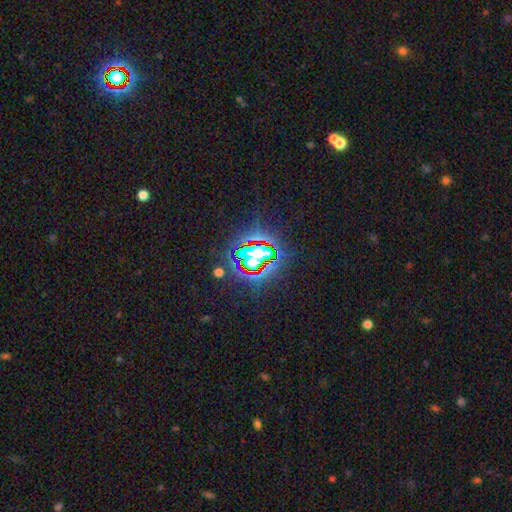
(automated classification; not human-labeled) Morphology: type=star or artifact (73%).